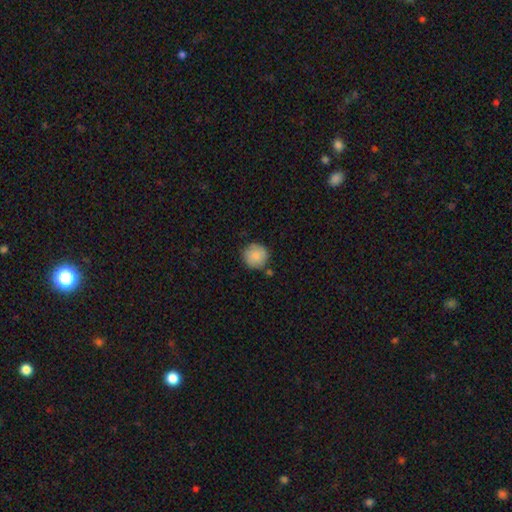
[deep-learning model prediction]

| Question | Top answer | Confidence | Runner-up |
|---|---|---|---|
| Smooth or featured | smooth | 84% | featured or disk (9%) |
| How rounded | round | 94% | in between (5%) |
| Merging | none | 79% | minor disturbance (13%) |